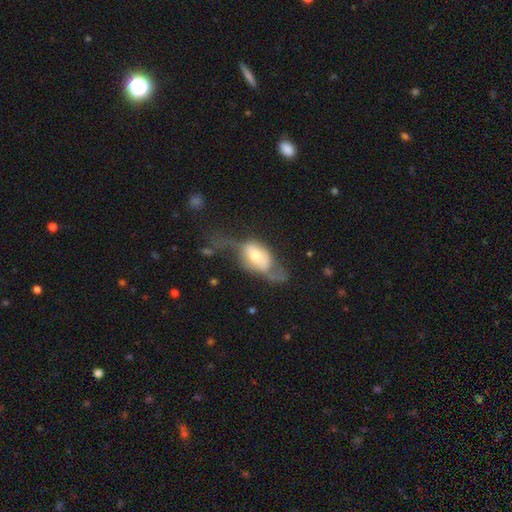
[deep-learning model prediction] A smooth galaxy with no disk features (46%, tied with featured or disk).

Vote fractions:
- Smooth or featured? smooth: 46% (tied) / featured or disk: 46% (tied) / star or artifact: 7%
- Merging? major disturbance: 51% / minor disturbance: 21% / none: 21% / merger: 7%